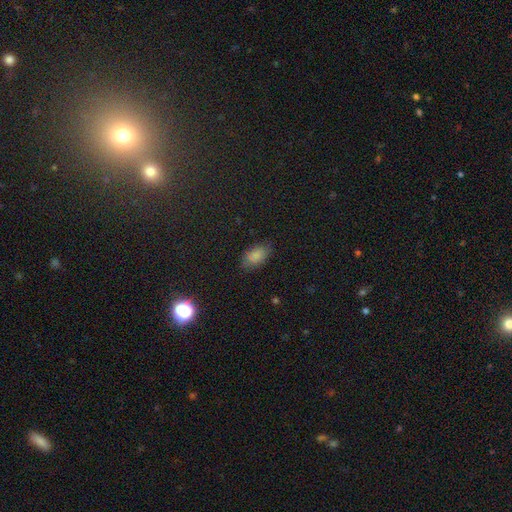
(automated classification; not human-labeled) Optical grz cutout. It shows a smooth galaxy with no disk features (79%) that is in between round and cigar-shaped (92%). Merging: none (75%).